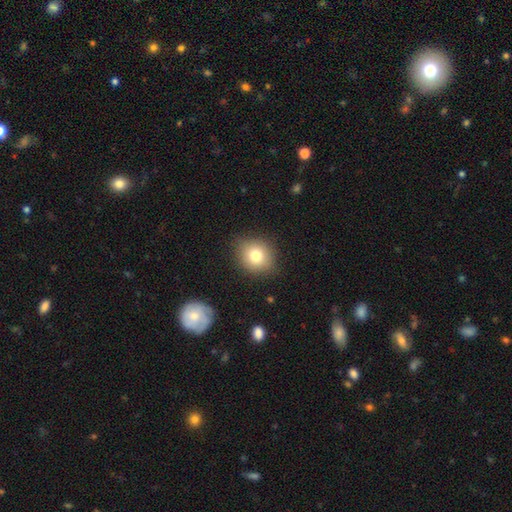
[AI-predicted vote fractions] smooth 77%, featured or disk 12%, star or artifact 11%. Down the decision tree: how rounded — round (78%); merging — none (83%).